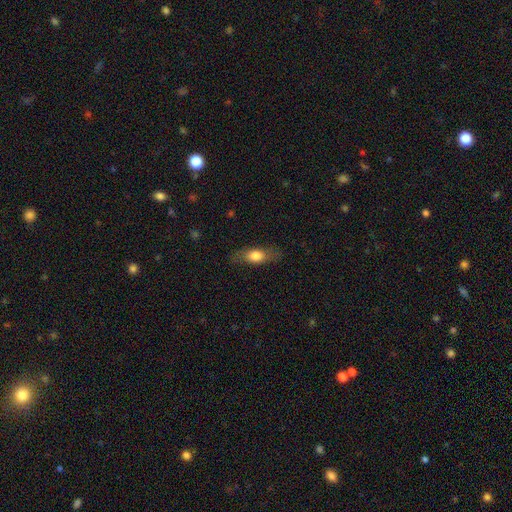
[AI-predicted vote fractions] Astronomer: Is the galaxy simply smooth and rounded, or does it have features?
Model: smooth — 67%.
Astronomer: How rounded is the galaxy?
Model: in between — 65%.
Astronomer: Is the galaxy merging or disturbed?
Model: none — 77%.